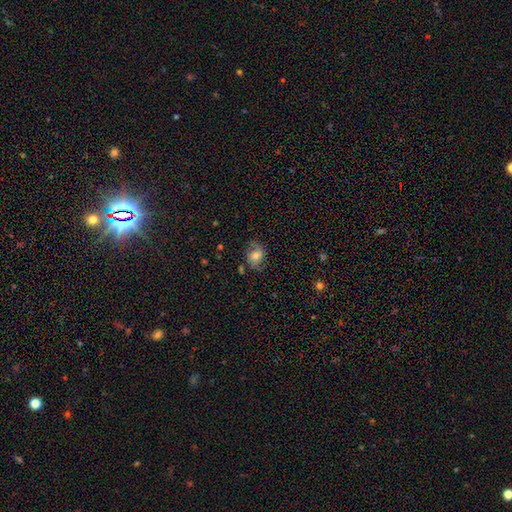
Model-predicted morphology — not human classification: smooth-or-featured: smooth: 48% | featured or disk: 40% | star or artifact: 12%
  merging: none: 67% | minor disturbance: 21% | major disturbance: 10% | merger: 2%